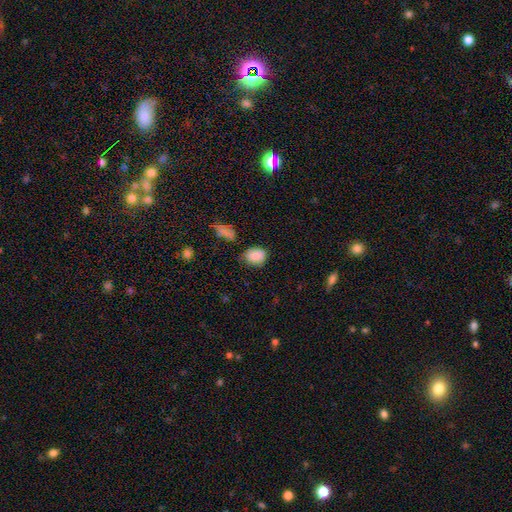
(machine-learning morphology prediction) Smooth or featured? Predicted: smooth (p=0.85). How rounded? Predicted: in between (p=0.56). Merging? Predicted: none (p=0.63).